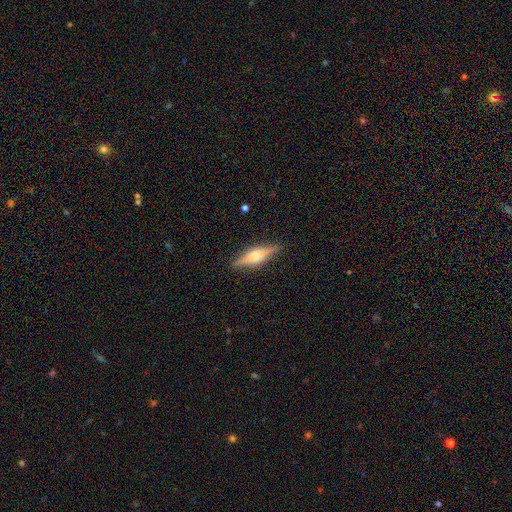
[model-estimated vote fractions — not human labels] Q: Smooth or featured?
A: featured or disk (58%); runner-up: smooth (35%)
Q: Edge-on disk?
A: yes (96%); runner-up: no (4%)
Q: Edge-on bulge?
A: rounded (82%); runner-up: boxy (14%)
Q: Merging?
A: none (88%); runner-up: minor disturbance (9%)